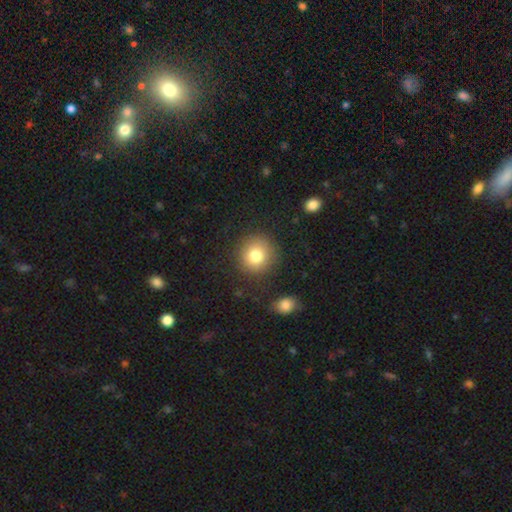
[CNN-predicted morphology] This is likely a smooth galaxy (80%). How rounded: clearly round (91%). Merging: clearly none (85%).